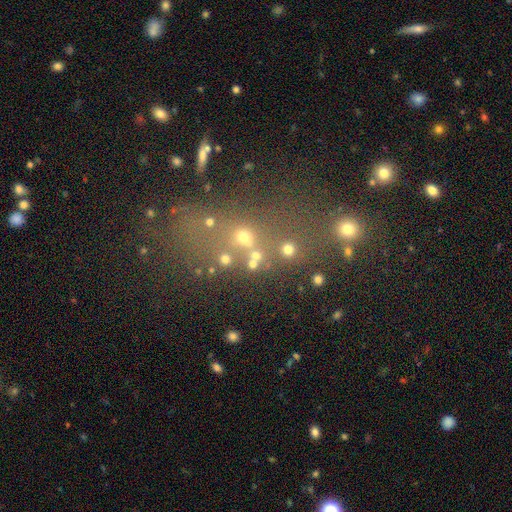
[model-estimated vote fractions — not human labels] smooth-or-featured: smooth: 56% | star or artifact: 32% | featured or disk: 12%
  how-rounded: round: 76% | in between: 21% | cigar-shaped: 3%
  merging: none: 62% | merger: 21% | minor disturbance: 10% | major disturbance: 8%